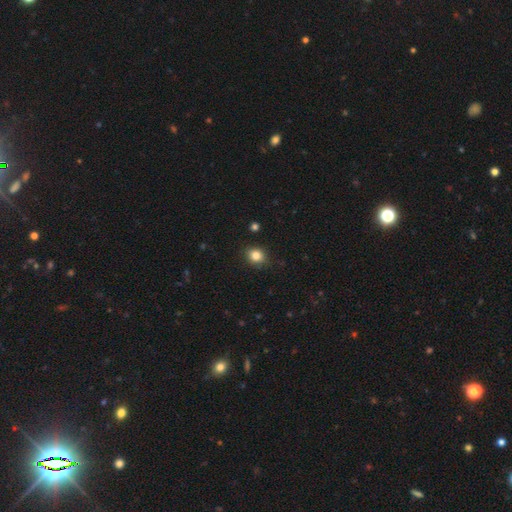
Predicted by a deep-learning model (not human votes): smooth_or_featured: smooth (p=0.83) [alt: star or artifact p=0.11]
how_rounded: round (p=0.67) [alt: in between p=0.32]
merging: none (p=0.85) [alt: minor disturbance p=0.12]